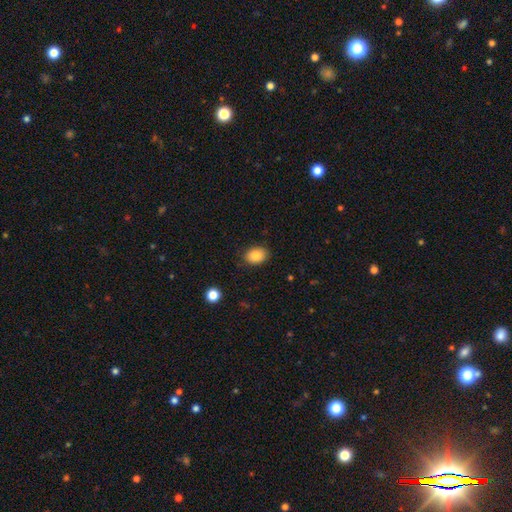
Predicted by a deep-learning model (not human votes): smooth-or-featured: smooth: 86% | star or artifact: 9% | featured or disk: 5%
  how-rounded: in between: 64% | round: 35% | cigar-shaped: 1%
  merging: none: 85% | minor disturbance: 12% | major disturbance: 3% | merger: 1%